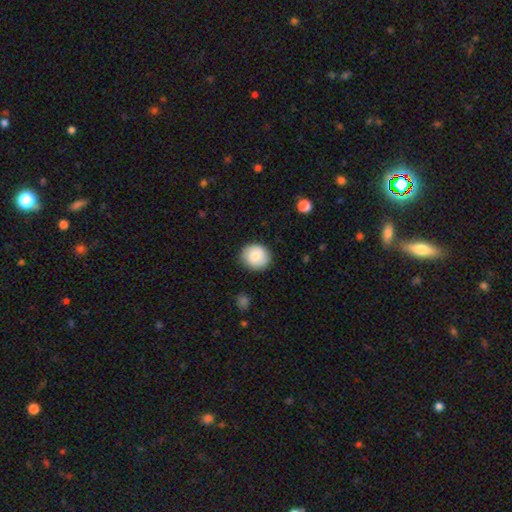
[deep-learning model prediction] Smooth or featured: smooth — 79% (featured or disk — 14%)
How rounded: round — 83% (in between — 16%)
Merging: none — 86% (minor disturbance — 10%)